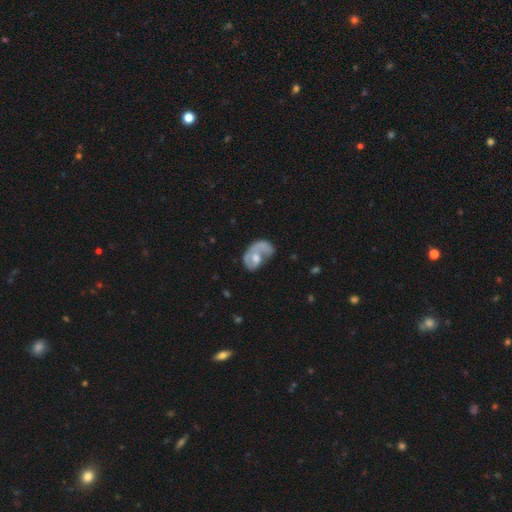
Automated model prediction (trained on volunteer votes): A featured or disk galaxy (54%) with no bar (79%), no spiral arms (51%) and a moderate central bulge (56%). Merging: major disturbance (41%).